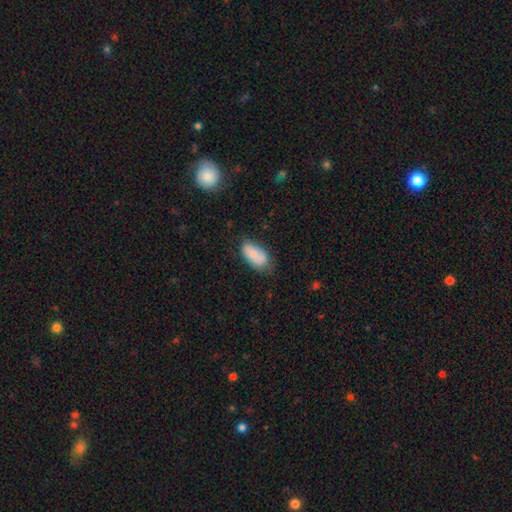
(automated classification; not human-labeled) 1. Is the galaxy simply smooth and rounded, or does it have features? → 78% smooth, 15% featured or disk, 7% star or artifact.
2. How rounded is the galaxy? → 93% in between, 4% cigar-shaped, 3% round.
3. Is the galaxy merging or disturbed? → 65% none, 26% minor disturbance, 6% major disturbance, 3% merger.